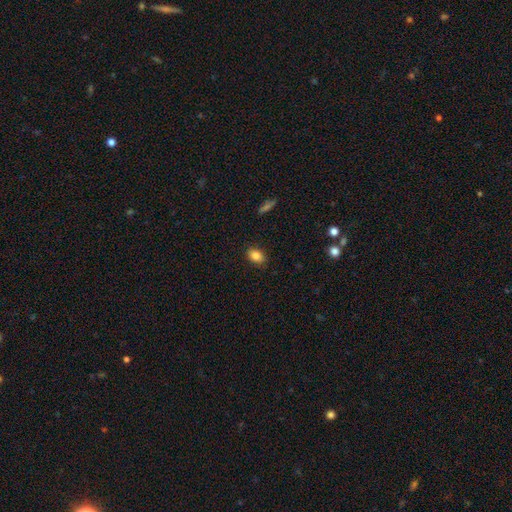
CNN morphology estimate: smooth 85%, star or artifact 9%, featured or disk 6%. Down the decision tree: how rounded — in between (84%); merging — none (86%).